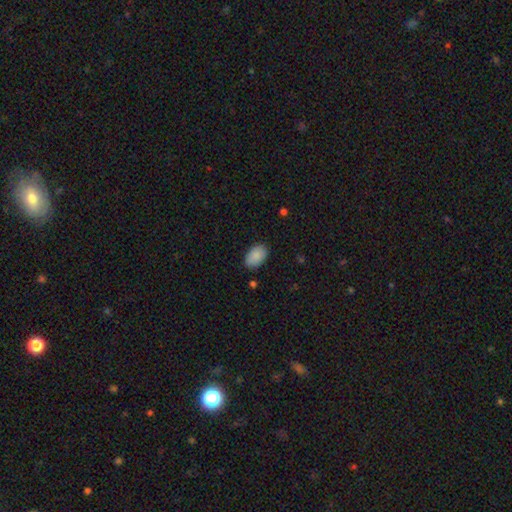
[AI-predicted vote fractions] smooth 90%, star or artifact 6%, featured or disk 4%. Down the decision tree: how rounded — in between (92%); merging — none (86%).